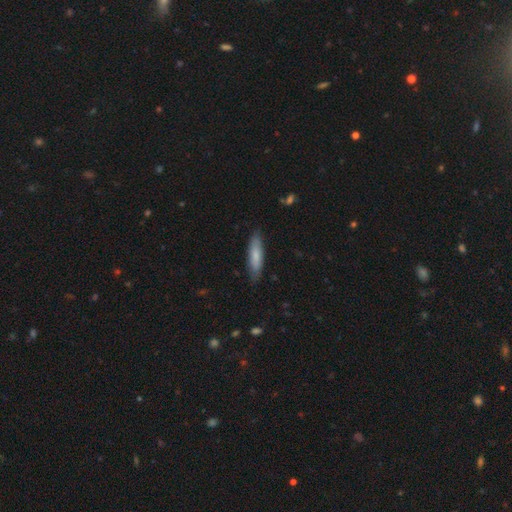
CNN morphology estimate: This appears to be a smooth galaxy with no disk features (75%) that is cigar-shaped (68%). Merging: none (82%).